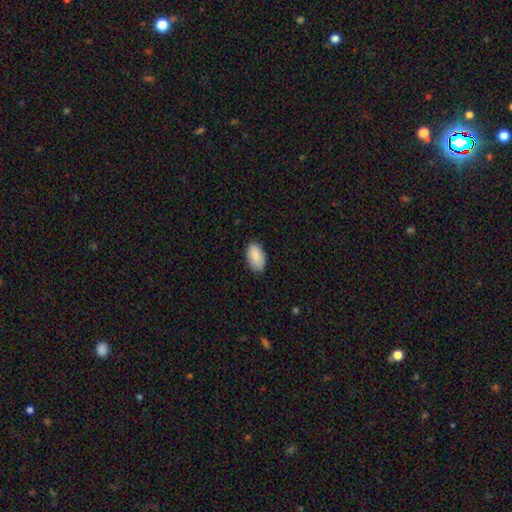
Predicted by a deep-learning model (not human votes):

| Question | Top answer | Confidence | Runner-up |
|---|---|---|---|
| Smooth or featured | smooth | 88% | star or artifact (6%) |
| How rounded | in between | 94% | round (5%) |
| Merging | none | 84% | minor disturbance (13%) |